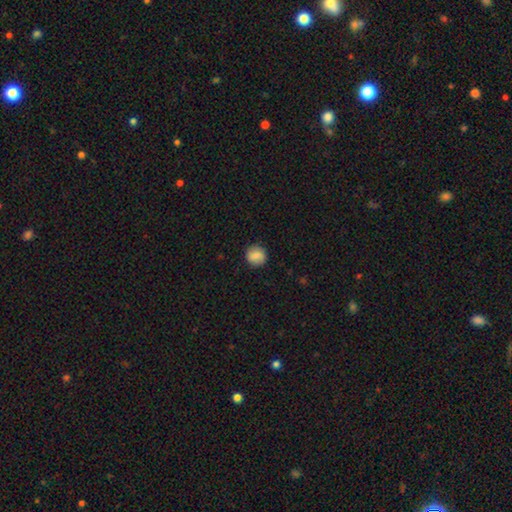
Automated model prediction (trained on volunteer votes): A smooth galaxy with no disk features (84%) that is round (90%). Merging: none (88%).